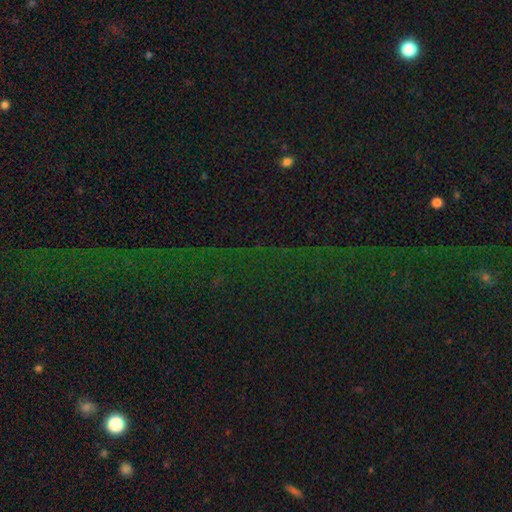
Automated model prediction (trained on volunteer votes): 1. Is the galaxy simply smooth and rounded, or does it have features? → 80% star or artifact, 10% smooth, 10% featured or disk.